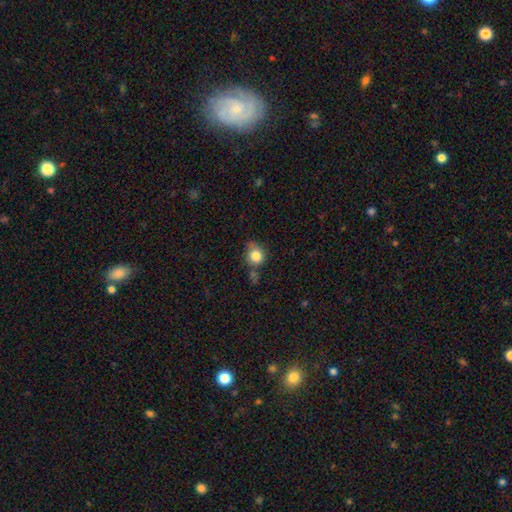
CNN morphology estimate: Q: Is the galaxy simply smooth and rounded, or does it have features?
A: smooth — 82%.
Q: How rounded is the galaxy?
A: round — 78%.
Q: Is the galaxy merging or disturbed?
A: none — 58%.